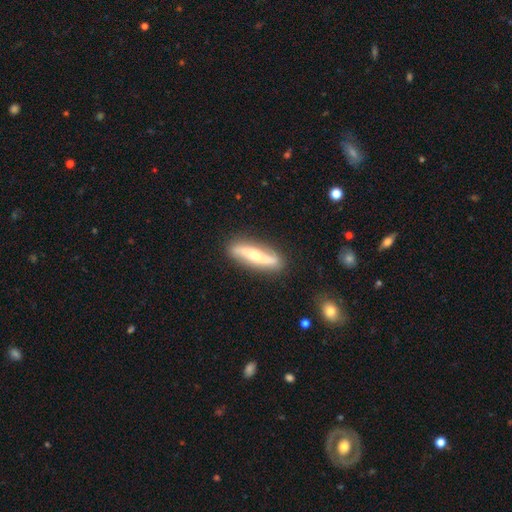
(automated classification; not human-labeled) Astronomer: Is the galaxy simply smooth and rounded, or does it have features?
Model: featured or disk — 61%.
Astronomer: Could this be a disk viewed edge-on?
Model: no — 59% (runner-up: yes, 41%).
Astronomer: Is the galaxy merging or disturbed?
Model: none — 84%.